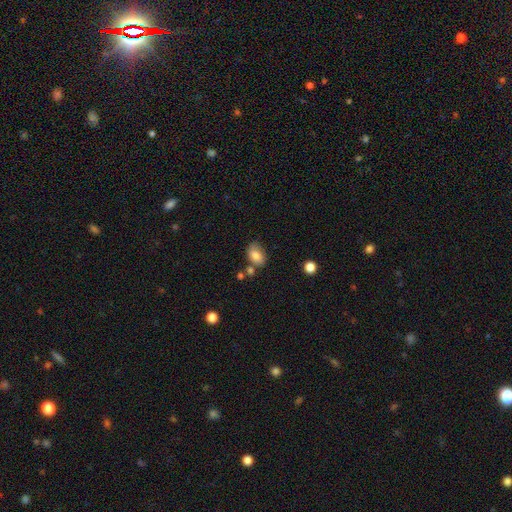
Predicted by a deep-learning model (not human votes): Morphology: type=smooth (81%); roundness=in between (82%); merging=none (61%).